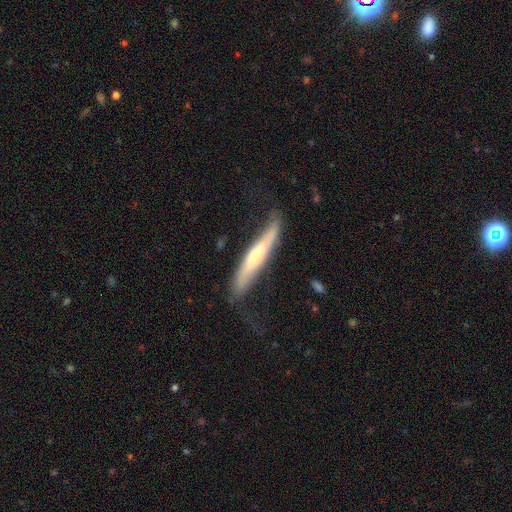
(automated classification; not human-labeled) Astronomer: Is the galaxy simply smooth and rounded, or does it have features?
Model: featured or disk — 60%.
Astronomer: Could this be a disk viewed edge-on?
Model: yes — 73%.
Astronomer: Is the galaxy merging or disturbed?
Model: none — 58%.